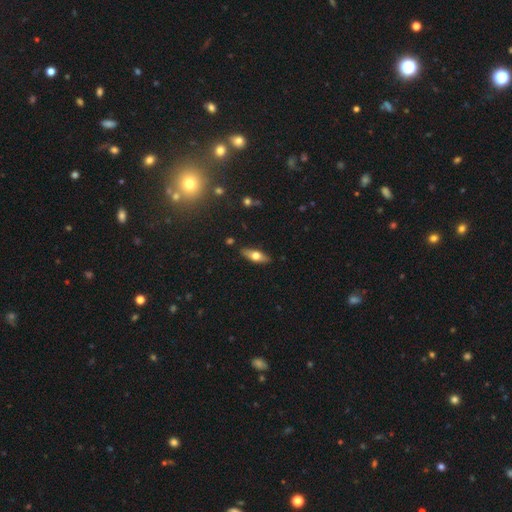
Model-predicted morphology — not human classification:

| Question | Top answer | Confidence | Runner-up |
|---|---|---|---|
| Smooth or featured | smooth | 54% | featured or disk (40%) |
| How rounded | in between | 60% | cigar-shaped (37%) |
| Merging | none | 86% | minor disturbance (10%) |